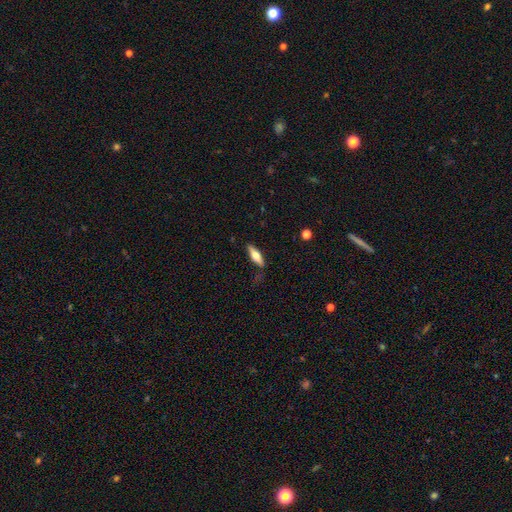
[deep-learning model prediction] smooth 53%, featured or disk 41%, star or artifact 6%. Down the decision tree: how rounded — cigar-shaped (59%); merging — none (80%).